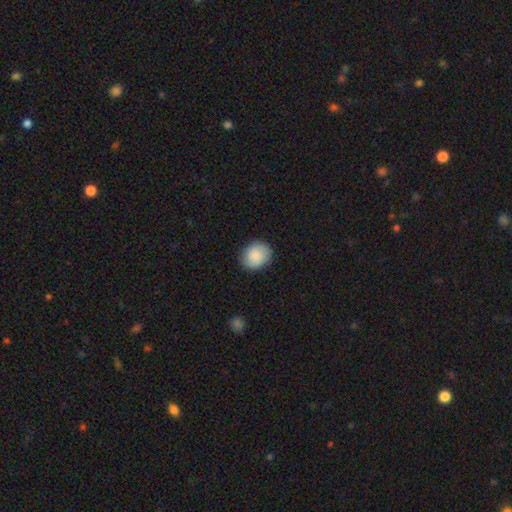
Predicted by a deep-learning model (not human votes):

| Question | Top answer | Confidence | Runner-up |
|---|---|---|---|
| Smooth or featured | smooth | 82% | featured or disk (11%) |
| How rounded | round | 63% | in between (36%) |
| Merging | none | 85% | minor disturbance (11%) |